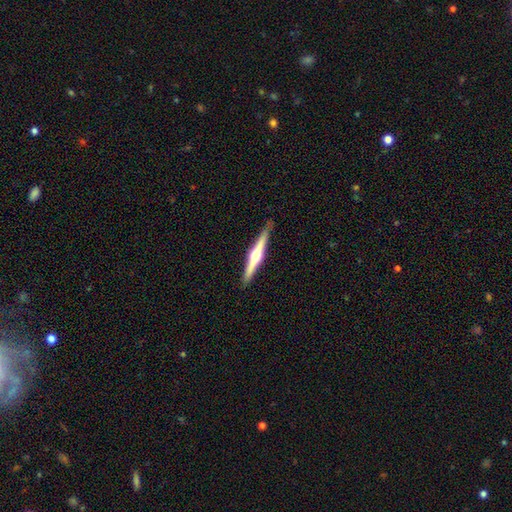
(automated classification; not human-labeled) smooth-or-featured: featured or disk: 75% | smooth: 21% | star or artifact: 5%
  disk-edge-on: yes: 98% | no: 2%
    edge-on-bulge: rounded: 92% | boxy: 5% | none: 4%
  merging: none: 89% | minor disturbance: 9% | major disturbance: 1% | merger: 1%